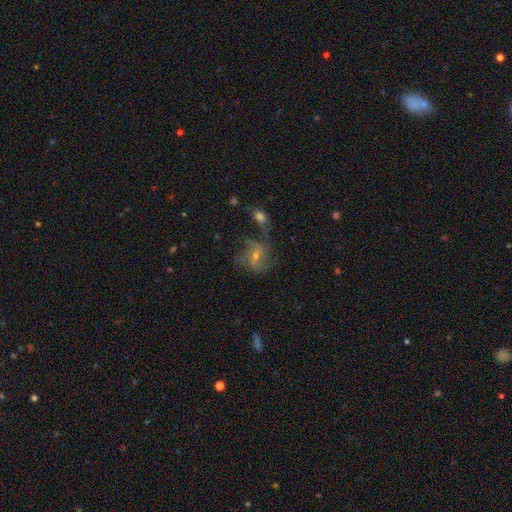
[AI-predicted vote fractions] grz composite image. It shows a featured or disk galaxy (64%) with no bar (50%), medium (46%) spiral arms (85%) and a small central bulge (58%). Merging: none (56%).